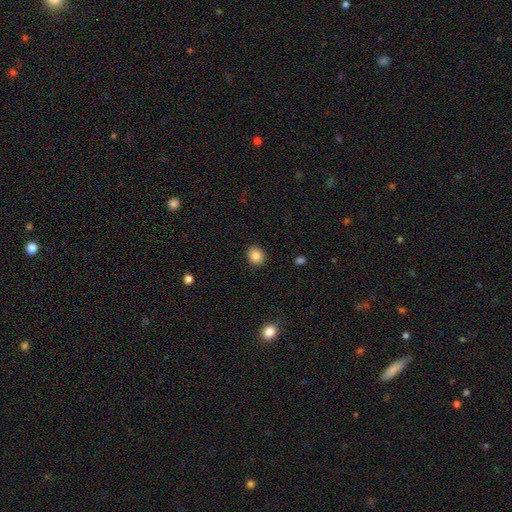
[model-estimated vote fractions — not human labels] Smooth or featured: smooth — 87% (star or artifact — 9%)
How rounded: round — 66% (in between — 33%)
Merging: none — 90% (minor disturbance — 7%)